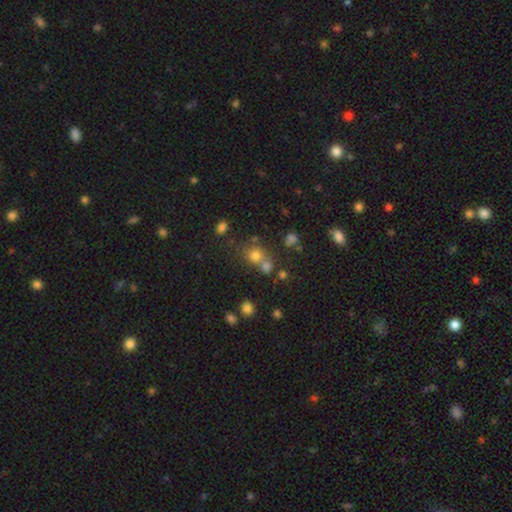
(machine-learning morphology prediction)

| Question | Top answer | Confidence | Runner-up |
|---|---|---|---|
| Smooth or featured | smooth | 71% | star or artifact (19%) |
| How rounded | round | 81% | in between (18%) |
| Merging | none | 52% | merger (35%) |